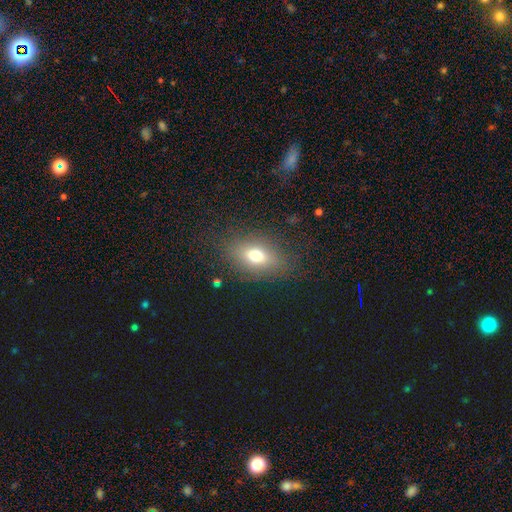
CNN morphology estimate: smooth 70%, featured or disk 16%, star or artifact 14%. Down the decision tree: how rounded — in between (74%); merging — none (81%).